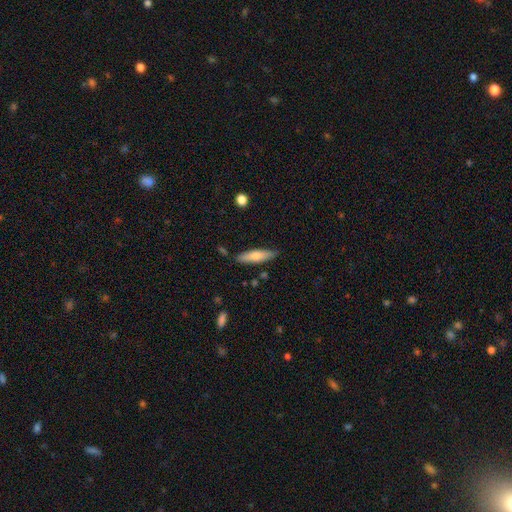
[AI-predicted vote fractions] Morphology: type=smooth (67%); roundness=cigar-shaped (70%); merging=none (83%).